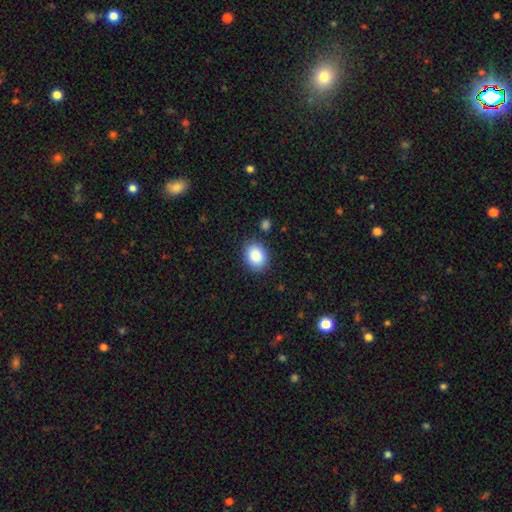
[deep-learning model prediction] Smooth or featured?
  - smooth: 87% *
  - star or artifact: 8%
  - featured or disk: 6%
How rounded?
  - in between: 57% *
  - round: 42%
  - cigar-shaped: 1%
Merging?
  - none: 86% *
  - minor disturbance: 9%
  - major disturbance: 3%
  - merger: 2%